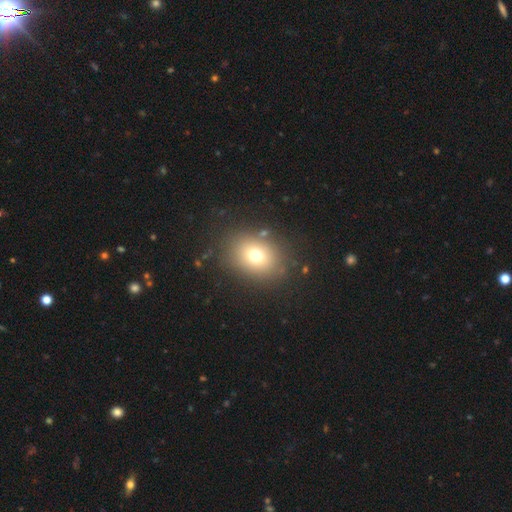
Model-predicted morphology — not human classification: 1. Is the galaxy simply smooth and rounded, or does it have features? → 71% smooth, 15% star or artifact, 14% featured or disk.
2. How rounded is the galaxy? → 51% in between, 48% round, 1% cigar-shaped.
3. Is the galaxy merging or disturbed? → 83% none, 9% minor disturbance, 5% major disturbance, 3% merger.